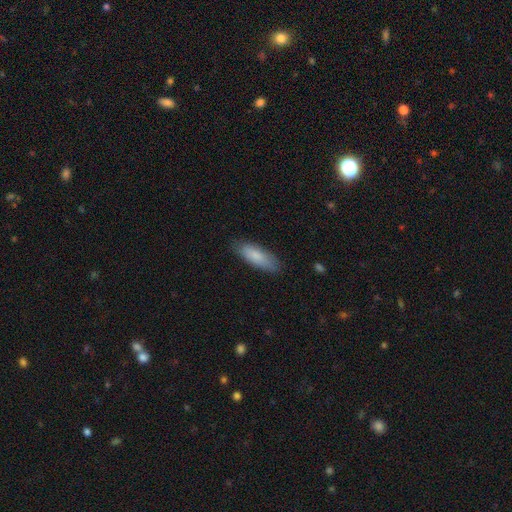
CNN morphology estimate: Smooth or featured: smooth — 84% (featured or disk — 10%)
How rounded: in between — 62% (cigar-shaped — 36%)
Merging: none — 82% (minor disturbance — 14%)